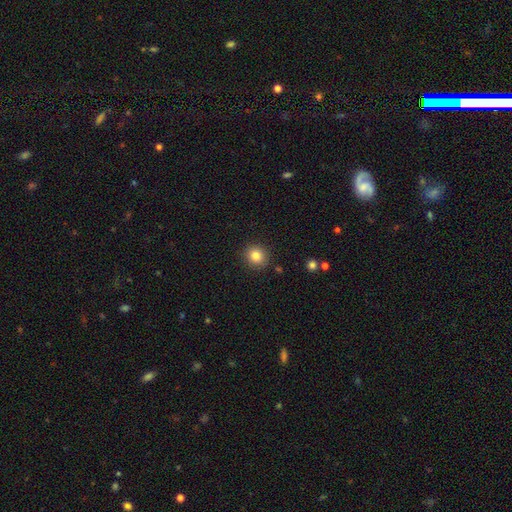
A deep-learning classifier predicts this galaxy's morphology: Q: Smooth or featured?
A: smooth (83%); runner-up: star or artifact (11%)
Q: How rounded?
A: round (86%); runner-up: in between (13%)
Q: Merging?
A: none (89%); runner-up: minor disturbance (7%)